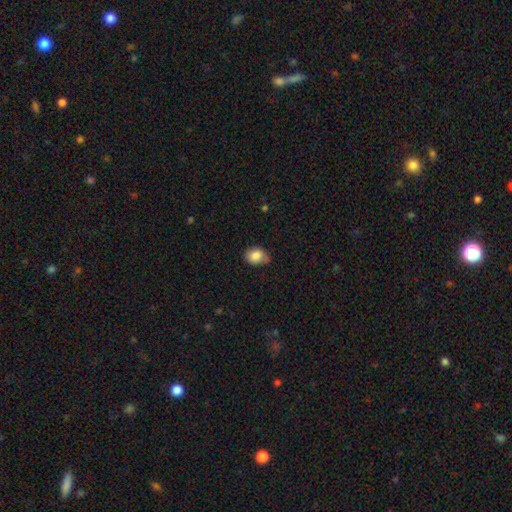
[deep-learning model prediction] Smooth or featured? Predicted: smooth (p=0.84). How rounded? Predicted: in between (p=0.54). Merging? Predicted: none (p=0.54).